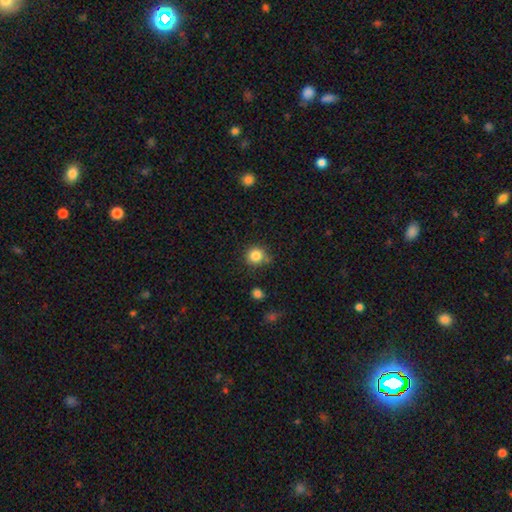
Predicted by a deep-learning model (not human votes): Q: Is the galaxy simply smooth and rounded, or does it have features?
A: smooth — 84%.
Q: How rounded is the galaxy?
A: round — 90%.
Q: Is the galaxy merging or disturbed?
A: none — 79%.